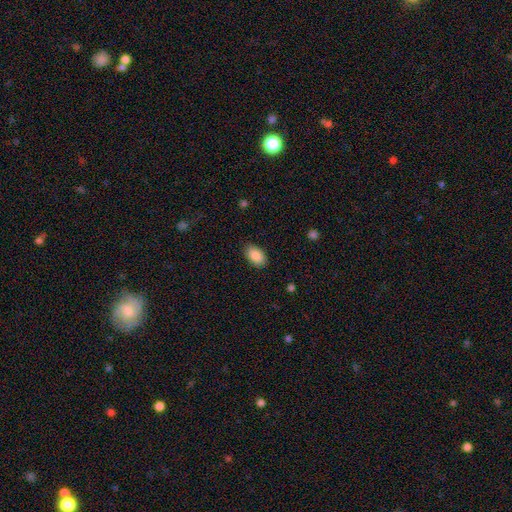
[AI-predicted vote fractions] Overall: smooth (88%). How rounded: in between (93%). Merging: none (86%).